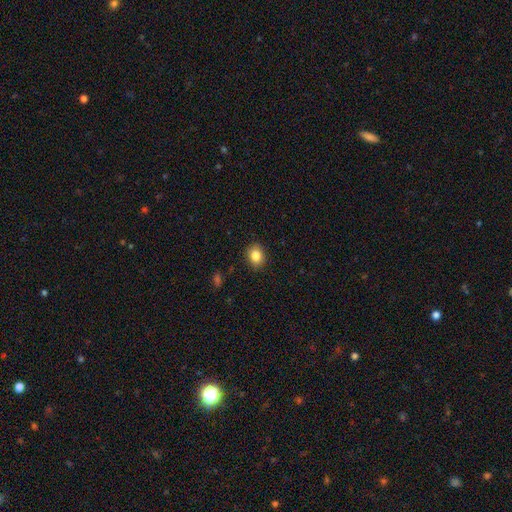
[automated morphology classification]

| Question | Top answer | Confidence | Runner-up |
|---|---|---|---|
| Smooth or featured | smooth | 84% | star or artifact (10%) |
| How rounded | round | 54% | in between (45%) |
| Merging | none | 89% | minor disturbance (8%) |